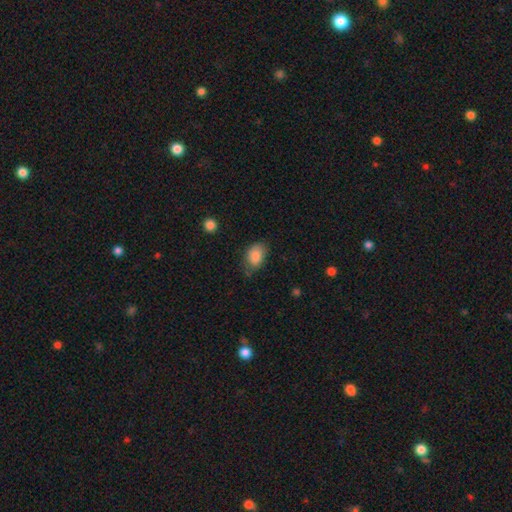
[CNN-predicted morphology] smooth_or_featured: smooth (p=0.86) [alt: star or artifact p=0.07]
how_rounded: in between (p=0.85) [alt: round p=0.14]
merging: none (p=0.70) [alt: minor disturbance p=0.23]